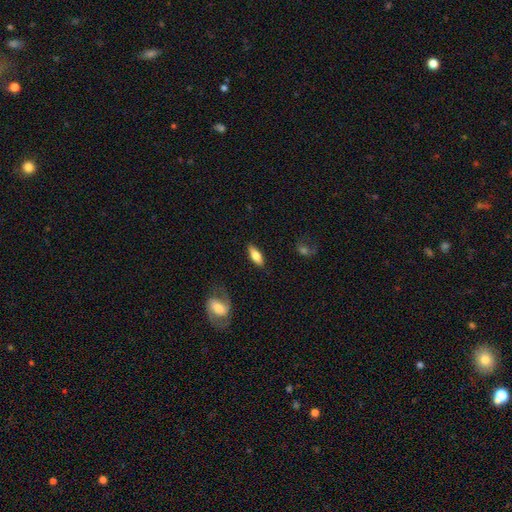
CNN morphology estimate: This is likely a smooth galaxy (67%). How rounded: likely in between (71%). Merging: clearly none (85%).